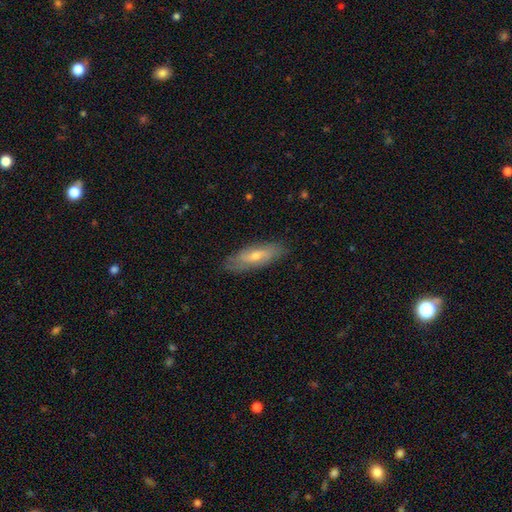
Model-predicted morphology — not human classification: This appears to be a smooth galaxy with no disk features (49%). Merging: none (81%).